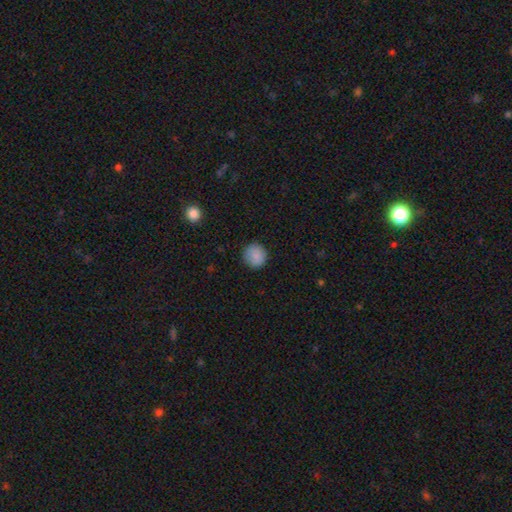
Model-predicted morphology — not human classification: Smooth or featured? smooth (87%)
How rounded? round (90%)
Merging? none (88%)